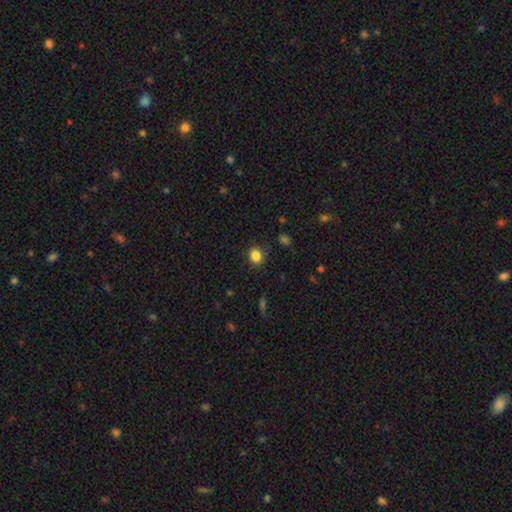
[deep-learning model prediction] Smooth or featured: smooth — 85% (star or artifact — 11%)
How rounded: round — 53% (in between — 46%)
Merging: none — 84% (minor disturbance — 12%)